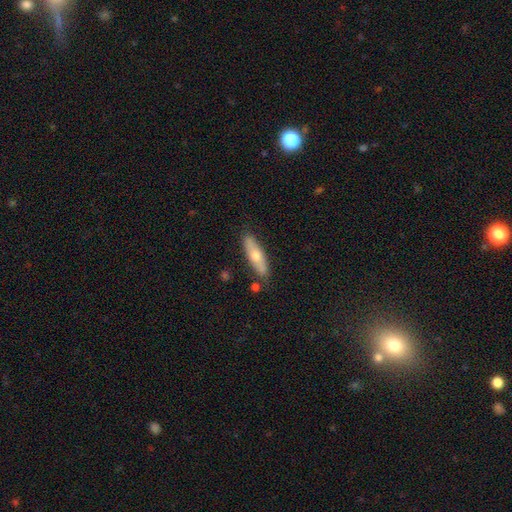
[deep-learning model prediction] This appears to be a smooth galaxy with no disk features (58%) that is cigar-shaped (59%). Merging: none (82%).